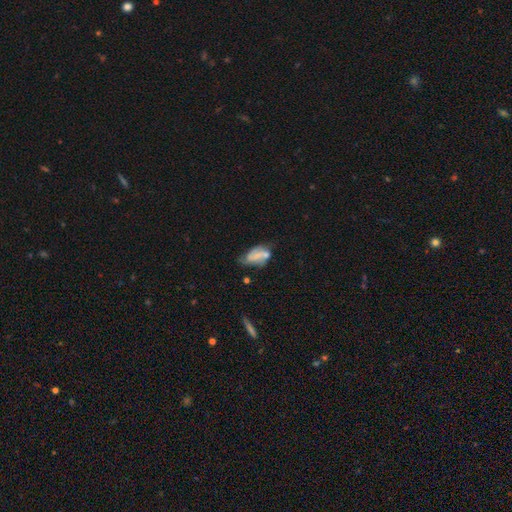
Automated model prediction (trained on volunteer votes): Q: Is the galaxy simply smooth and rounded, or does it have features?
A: smooth — 47%.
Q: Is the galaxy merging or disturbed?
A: none — 31%, tied with minor disturbance.